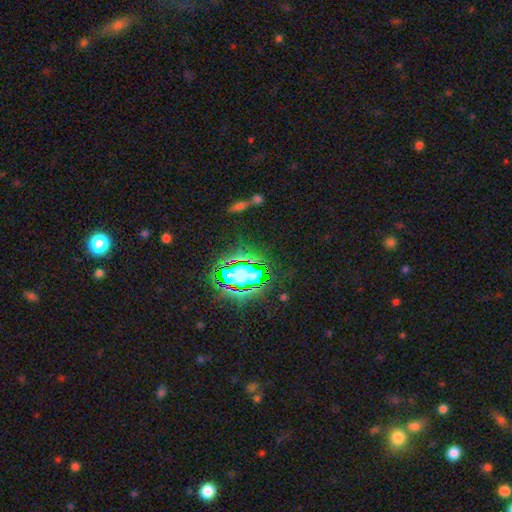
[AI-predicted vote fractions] This is clearly a star or artifact rather than a galaxy (81%).